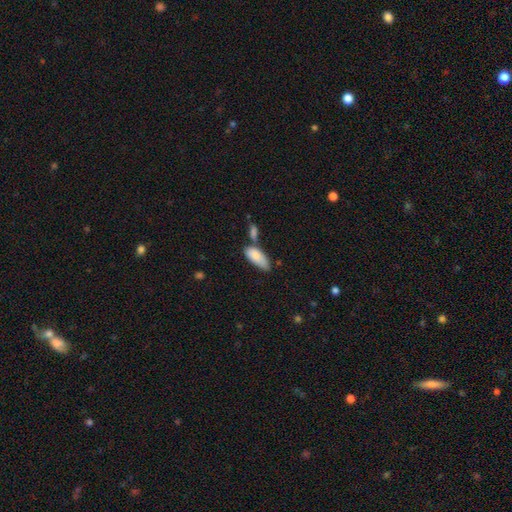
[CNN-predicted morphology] smooth 81%, featured or disk 12%, star or artifact 6%. Down the decision tree: how rounded — in between (85%); merging — none (43%).